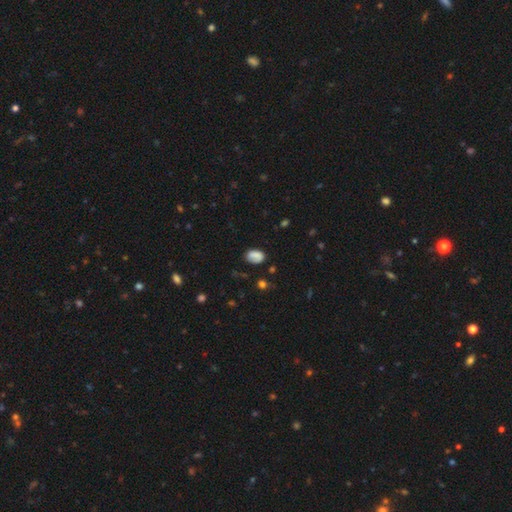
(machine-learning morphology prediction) smooth-or-featured: smooth: 72% | featured or disk: 17% | star or artifact: 10%
  how-rounded: in between: 77% | round: 22% | cigar-shaped: 1%
  merging: none: 56% | minor disturbance: 26% | major disturbance: 12% | merger: 6%